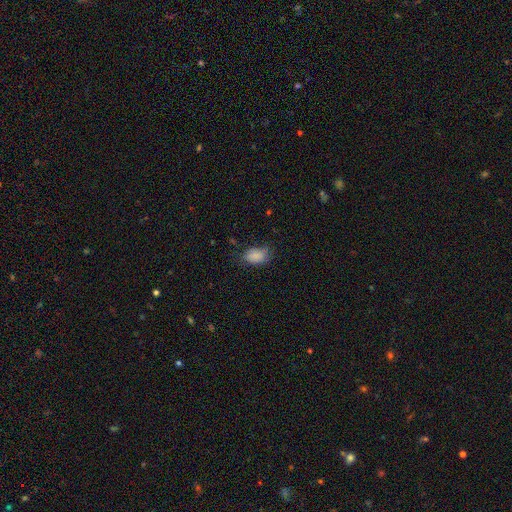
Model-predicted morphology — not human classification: The model was most divided on "merging": none: 65%, minor disturbance: 26%, major disturbance: 8%, merger: 1%. More confident: how rounded — in between (87%); smooth or featured — smooth (85%).